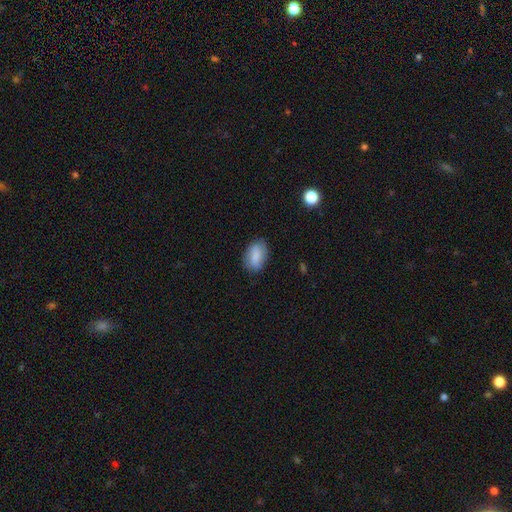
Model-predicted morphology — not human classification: Q: Smooth or featured?
A: smooth (83%); runner-up: featured or disk (10%)
Q: How rounded?
A: in between (90%); runner-up: round (7%)
Q: Merging?
A: none (80%); runner-up: minor disturbance (16%)